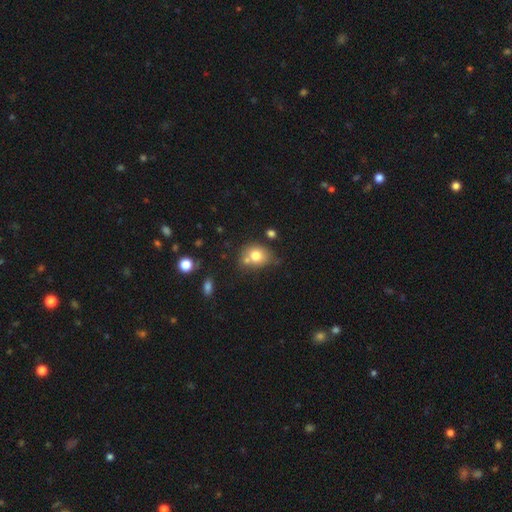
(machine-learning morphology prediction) This is likely a smooth galaxy (75%). How rounded: possibly round (60%). Merging: possibly none (53%).